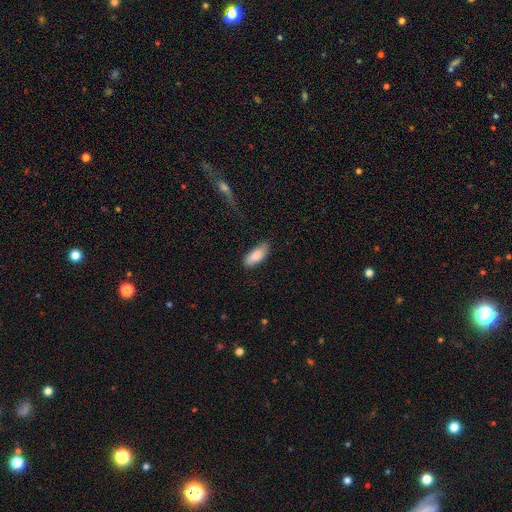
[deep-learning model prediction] Smooth or featured?
  - smooth: 85% *
  - featured or disk: 9%
  - star or artifact: 6%
How rounded?
  - in between: 81% *
  - cigar-shaped: 17%
  - round: 2%
Merging?
  - none: 77% *
  - minor disturbance: 18%
  - major disturbance: 3%
  - merger: 2%